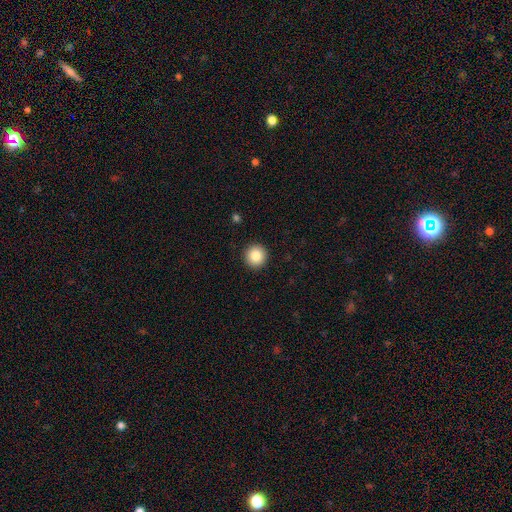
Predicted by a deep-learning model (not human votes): The model was most divided on "smooth or featured": smooth: 85%, star or artifact: 9%, featured or disk: 6%. More confident: how rounded — round (95%); merging — none (93%).